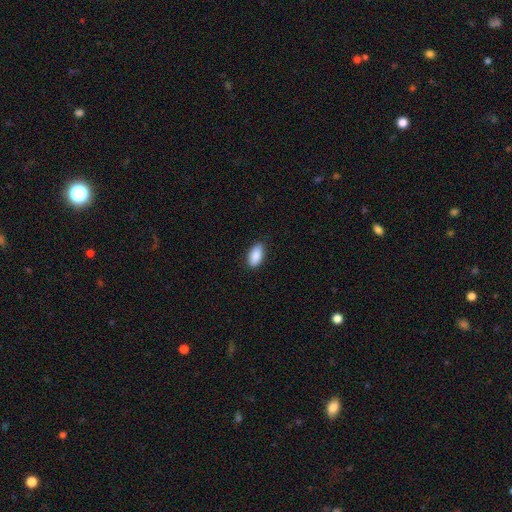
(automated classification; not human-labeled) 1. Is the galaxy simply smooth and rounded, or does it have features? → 90% smooth, 6% star or artifact, 4% featured or disk.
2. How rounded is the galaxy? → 93% in between, 4% cigar-shaped, 3% round.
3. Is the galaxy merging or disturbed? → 87% none, 10% minor disturbance, 2% major disturbance, 1% merger.